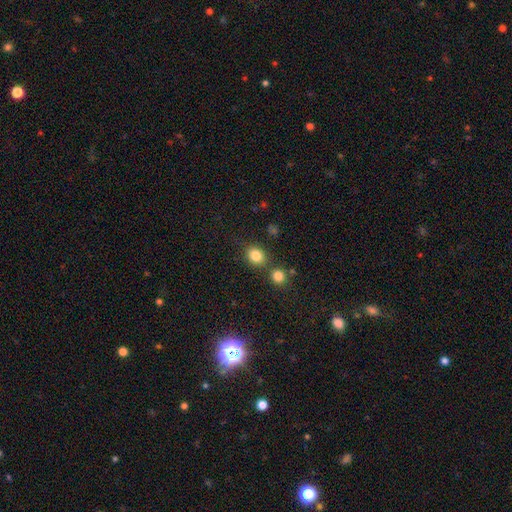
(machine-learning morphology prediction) The model was most divided on "how rounded": round: 65%, in between: 34%, cigar-shaped: 1%. More confident: smooth or featured — smooth (83%); merging — none (74%).